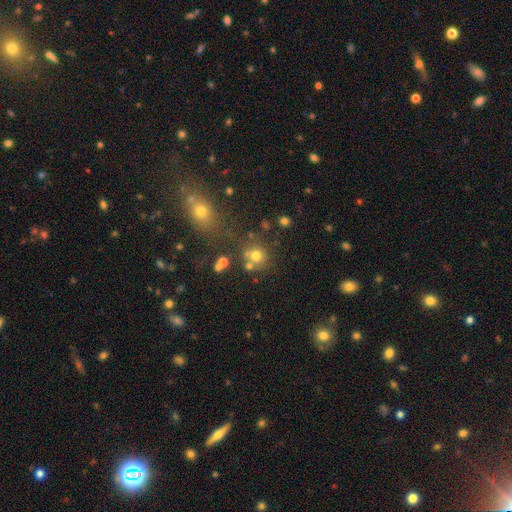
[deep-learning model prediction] A smooth galaxy with no disk features (70%) that is round (87%).

Vote fractions:
- Smooth or featured? smooth: 70% / star or artifact: 19% / featured or disk: 11%
- How rounded? round: 87% / in between: 12% / cigar-shaped: 1%
- Merging? none: 62% / merger: 21% / minor disturbance: 11% / major disturbance: 6%